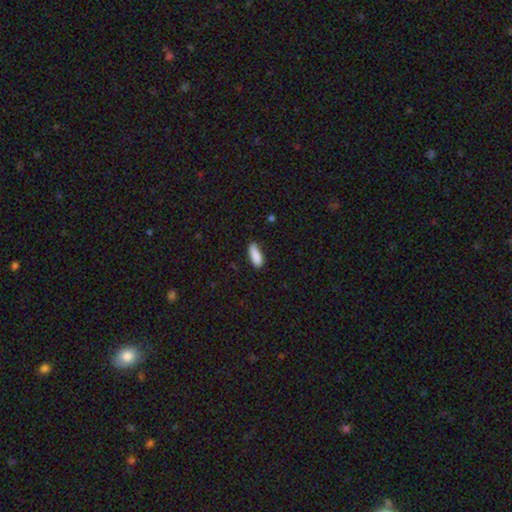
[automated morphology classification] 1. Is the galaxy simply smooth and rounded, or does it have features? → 89% smooth, 6% star or artifact, 4% featured or disk.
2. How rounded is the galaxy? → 71% in between, 27% cigar-shaped, 2% round.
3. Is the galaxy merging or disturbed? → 78% none, 18% minor disturbance, 3% major disturbance, 1% merger.